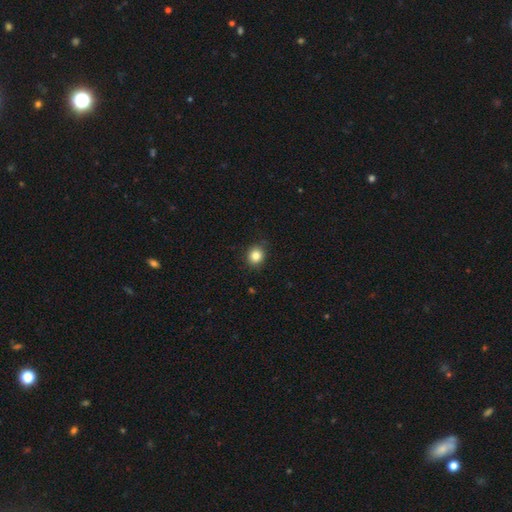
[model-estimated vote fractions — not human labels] A smooth galaxy with no disk features (84%) that is round (84%).

Vote fractions:
- Smooth or featured? smooth: 84% / star or artifact: 11% / featured or disk: 5%
- How rounded? round: 84% / in between: 15% / cigar-shaped: 1%
- Merging? none: 87% / minor disturbance: 10% / major disturbance: 2% / merger: 1%